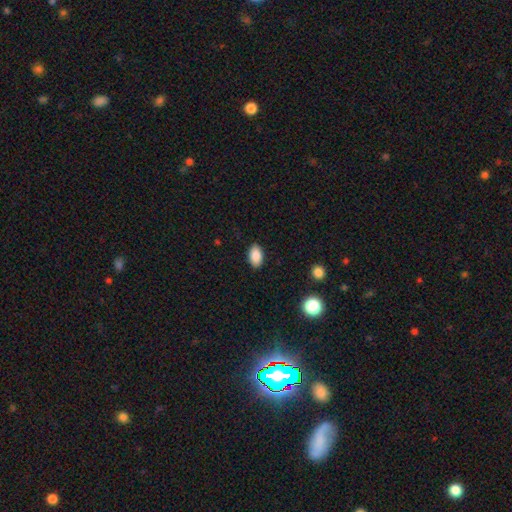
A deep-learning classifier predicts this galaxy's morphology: This appears to be a smooth galaxy with no disk features (88%) that is in between round and cigar-shaped (92%). Merging: none (87%).